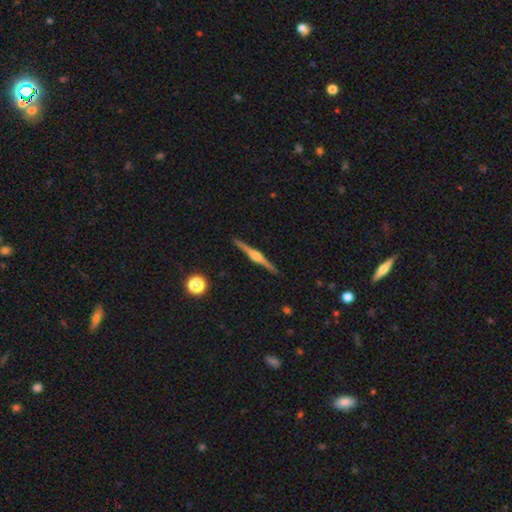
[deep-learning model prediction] Morphology: type=featured or disk (85%); edge-on=yes (99%); edge-on bulge=rounded (87%); merging=none (92%).